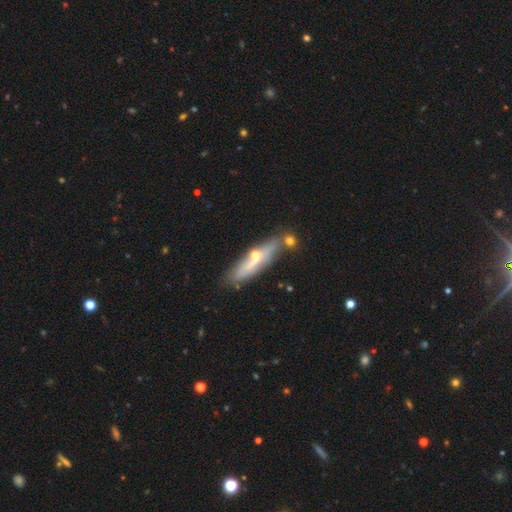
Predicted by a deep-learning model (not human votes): Smooth or featured: featured or disk — 58% (smooth — 34%)
Edge-on disk: yes — 75% (no — 25%)
Merging: none — 69% (minor disturbance — 16%)